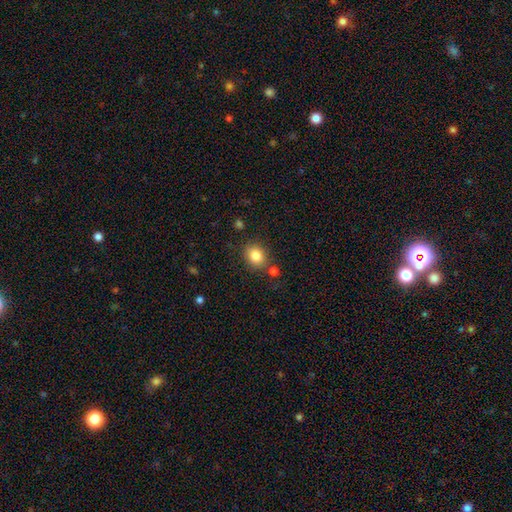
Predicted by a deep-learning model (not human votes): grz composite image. It shows a smooth galaxy with no disk features (83%) that is round (58%). Merging: none (78%).